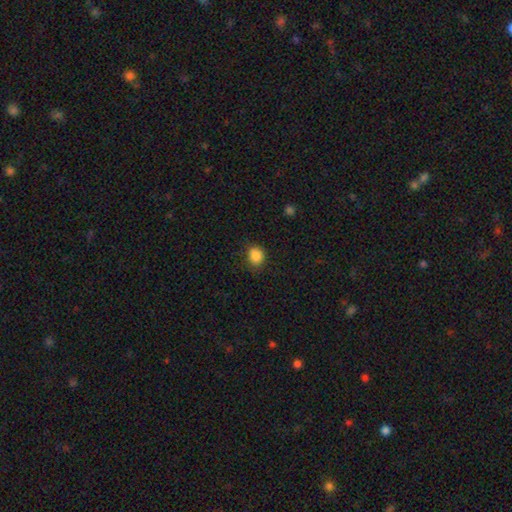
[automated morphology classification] Smooth or featured? smooth (86%)
How rounded? round (62%)
Merging? none (77%)